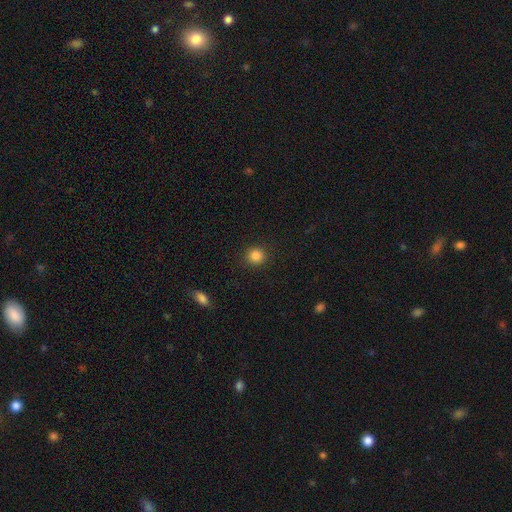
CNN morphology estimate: A smooth galaxy with no disk features (85%) that is round (91%). Merging: none (91%).